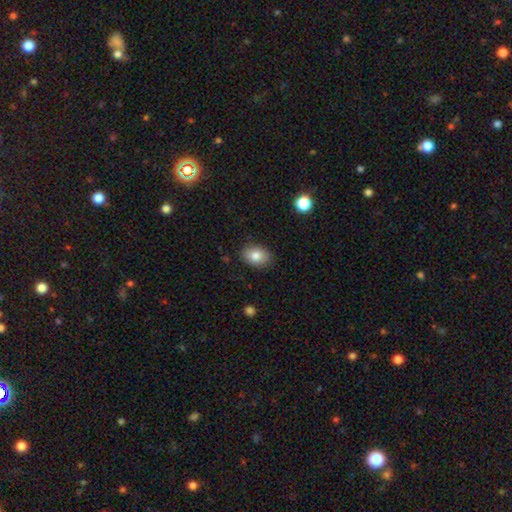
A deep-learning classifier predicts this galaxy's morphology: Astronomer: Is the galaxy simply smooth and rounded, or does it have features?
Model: smooth — 82%.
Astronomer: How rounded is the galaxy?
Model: in between — 79%.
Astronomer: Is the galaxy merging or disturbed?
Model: none — 87%.